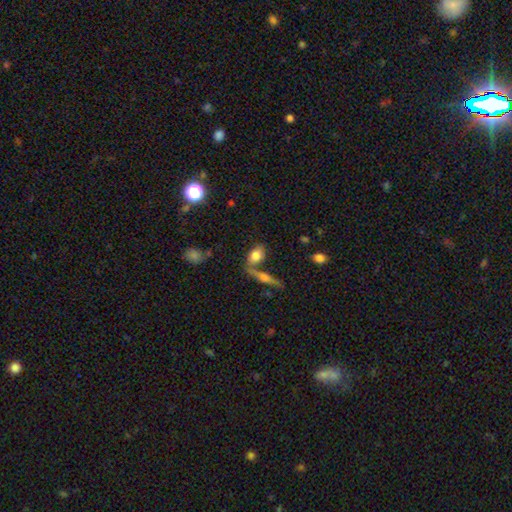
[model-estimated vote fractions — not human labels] smooth-or-featured: smooth: 76% | featured or disk: 16% | star or artifact: 8%
  how-rounded: in between: 81% | round: 13% | cigar-shaped: 6%
  merging: none: 56% | merger: 27% | minor disturbance: 13% | major disturbance: 5%